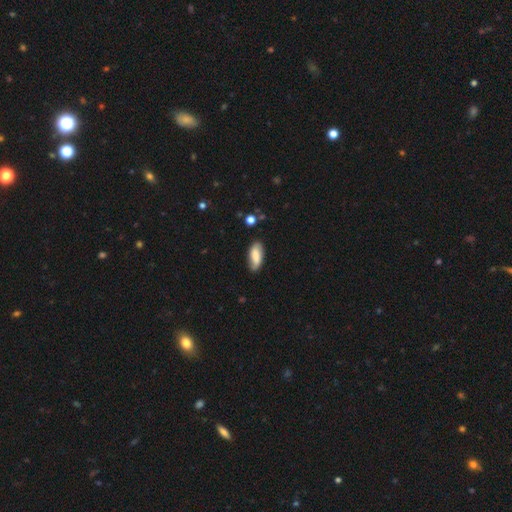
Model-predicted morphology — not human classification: smooth 72%, featured or disk 21%, star or artifact 7%. Down the decision tree: how rounded — in between (85%); merging — none (75%).